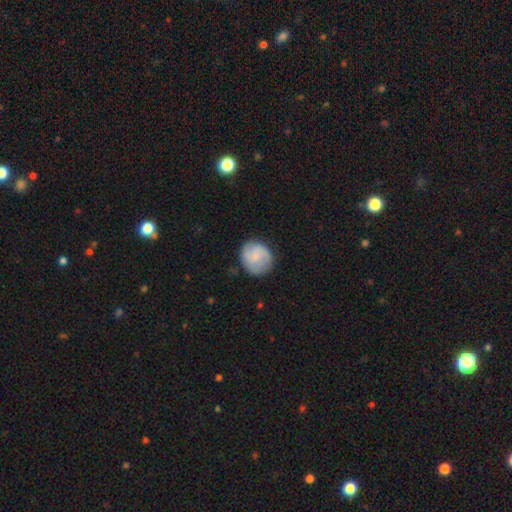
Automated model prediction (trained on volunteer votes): Smooth or featured?
  - smooth: 63% *
  - featured or disk: 30%
  - star or artifact: 7%
How rounded?
  - round: 87% *
  - in between: 13%
  - cigar-shaped: 1%
Merging?
  - none: 77% *
  - minor disturbance: 17%
  - major disturbance: 5%
  - merger: 1%